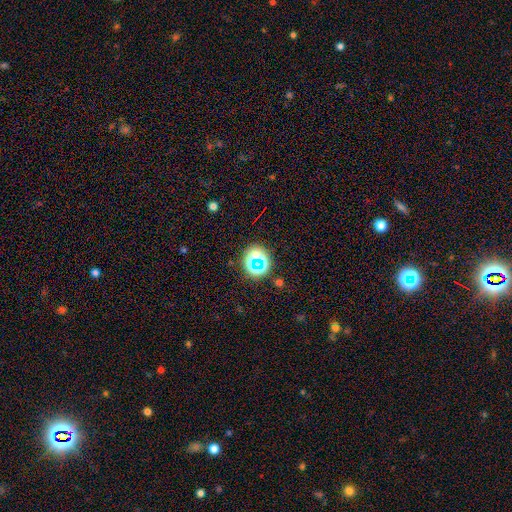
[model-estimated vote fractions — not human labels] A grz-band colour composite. It shows a star or artifact, not a galaxy (54%).